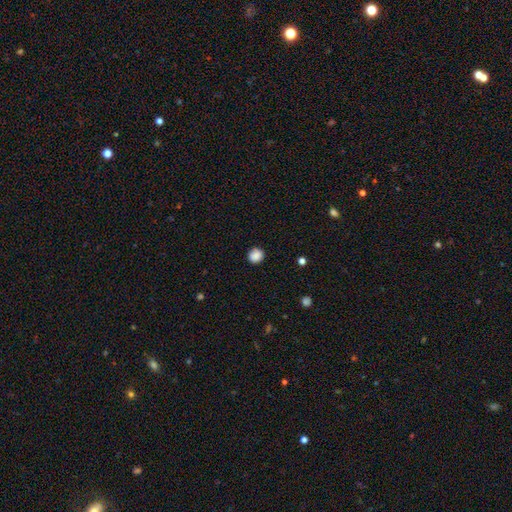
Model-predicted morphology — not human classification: The model was most divided on "how rounded": round: 87%, in between: 12%, cigar-shaped: 1%. More confident: smooth or featured — smooth (87%); merging — none (86%).